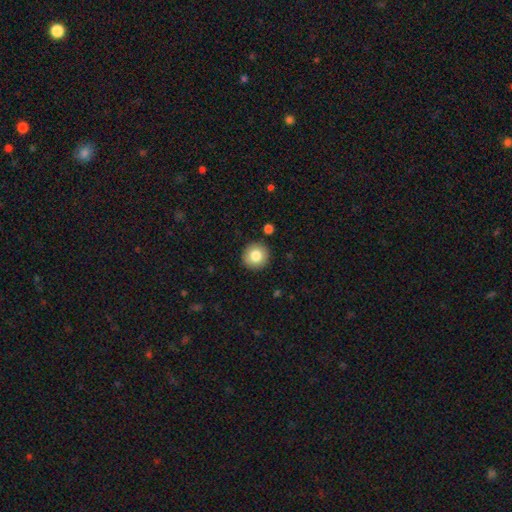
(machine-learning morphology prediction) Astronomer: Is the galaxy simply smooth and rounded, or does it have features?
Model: smooth — 82%.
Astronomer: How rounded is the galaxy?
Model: round — 94%.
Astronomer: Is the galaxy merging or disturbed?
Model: none — 90%.